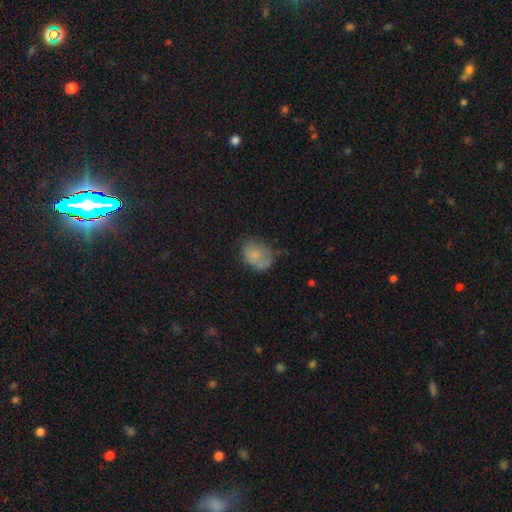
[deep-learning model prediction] Morphology: type=smooth (71%); roundness=in between (57%); merging=none (49%).